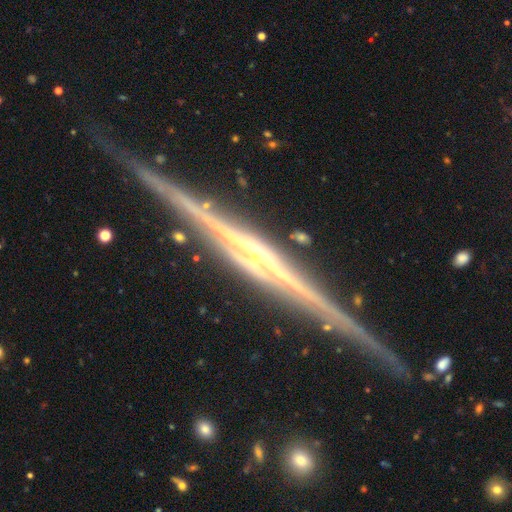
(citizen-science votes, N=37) Smooth or featured: featured or disk — 97% (smooth — 3%)
Edge-on disk: yes — 94% (no — 6%)
Edge-on bulge: rounded — 68% (none — 21%)
Merging: none — 92% (minor disturbance — 3%)